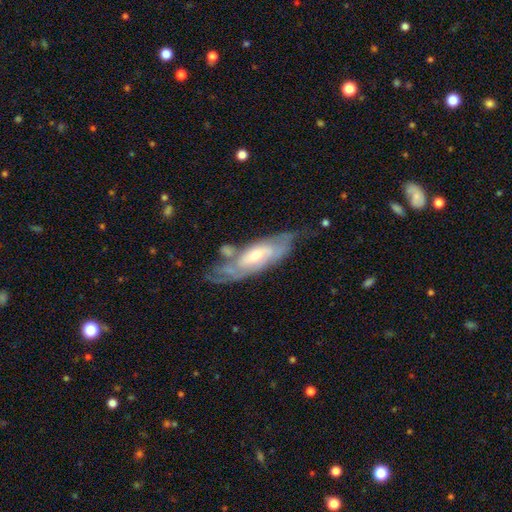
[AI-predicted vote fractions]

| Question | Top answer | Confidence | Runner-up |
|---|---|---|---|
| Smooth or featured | featured or disk | 72% | smooth (22%) |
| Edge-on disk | no | 78% | yes (22%) |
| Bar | no | 49% | weak (39%) |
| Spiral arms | yes | 81% | no (19%) |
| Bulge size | moderate | 55% | small (33%) |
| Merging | none | 48% | minor disturbance (25%) |